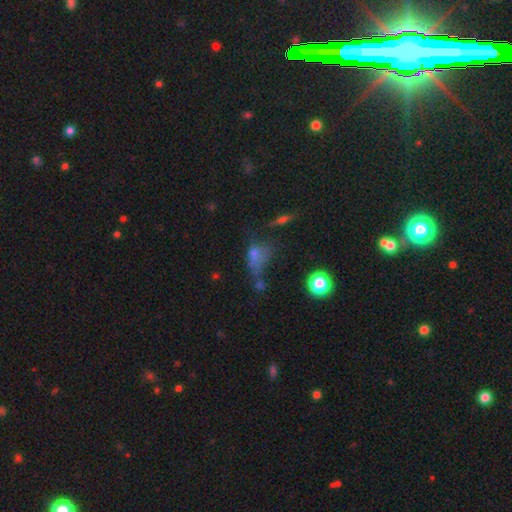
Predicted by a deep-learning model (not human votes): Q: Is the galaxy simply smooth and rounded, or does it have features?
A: smooth — 54%.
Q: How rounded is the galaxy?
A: in between — 64%.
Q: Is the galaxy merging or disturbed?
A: major disturbance — 35%.